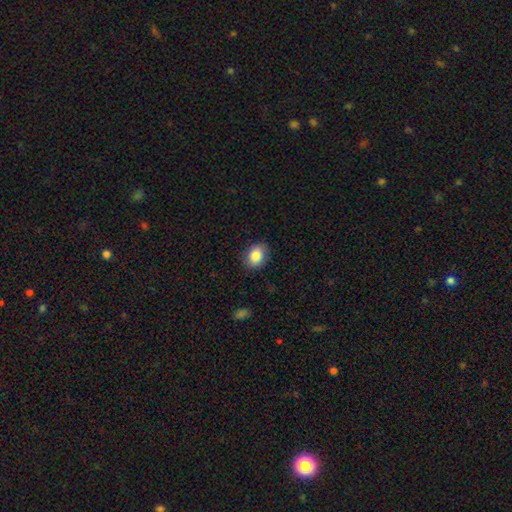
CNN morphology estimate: Overall: smooth (85%). How rounded: in between (61%; round 38%). Merging: none (87%).